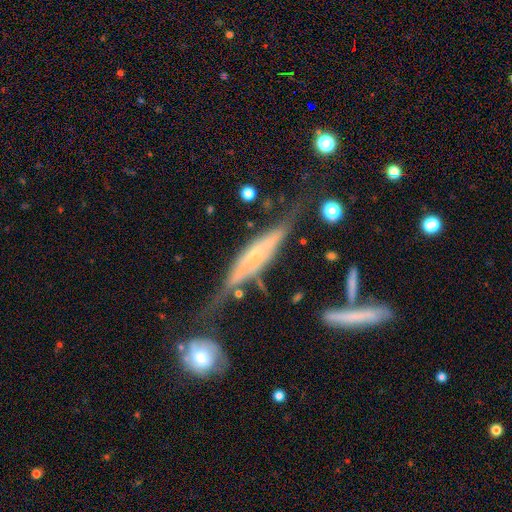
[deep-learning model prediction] The model was most divided on "merging": none: 51%, minor disturbance: 26%, major disturbance: 15%, merger: 8%. More confident: edge-on disk — yes (84%); smooth or featured — featured or disk (73%); edge-on bulge — rounded (58%).